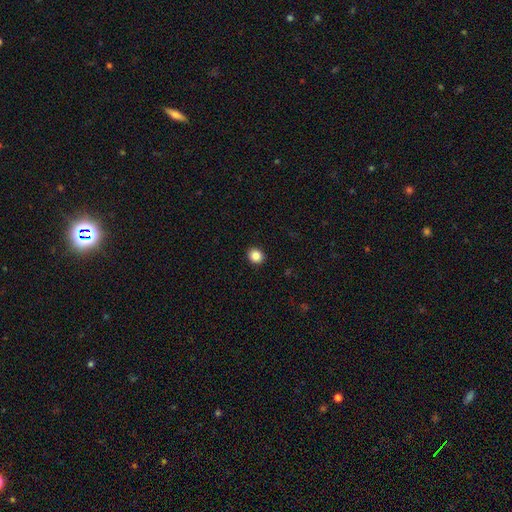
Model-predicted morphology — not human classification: The model was most divided on "how rounded": round: 74%, in between: 25%, cigar-shaped: 1%. More confident: merging — none (93%); smooth or featured — smooth (86%).